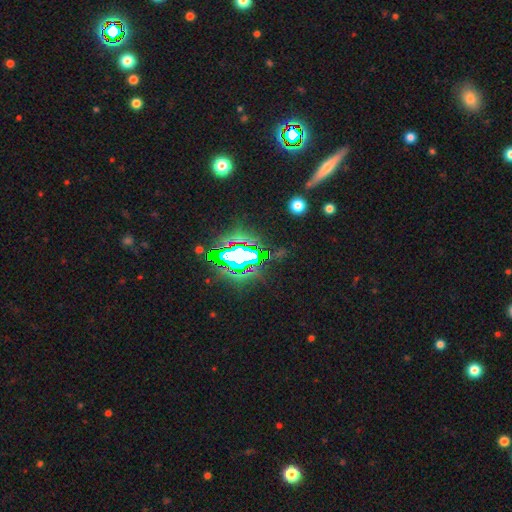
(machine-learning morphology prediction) Smooth or featured?
  - star or artifact: 72% *
  - smooth: 14%
  - featured or disk: 14%